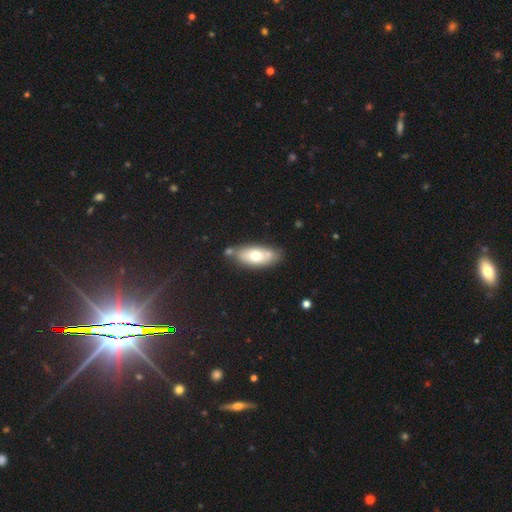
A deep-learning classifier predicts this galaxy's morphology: Overall: smooth (63%; featured or disk 30%). How rounded: in between (82%). Merging: none (63%).